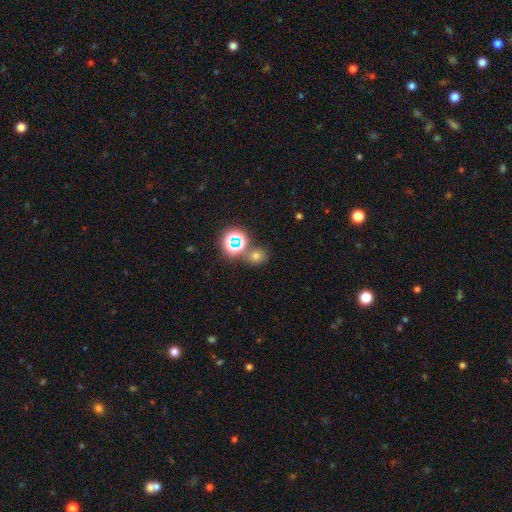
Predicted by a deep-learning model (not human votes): This appears to be a smooth galaxy with no disk features (60%) that is round (70%). Merging: none (72%).